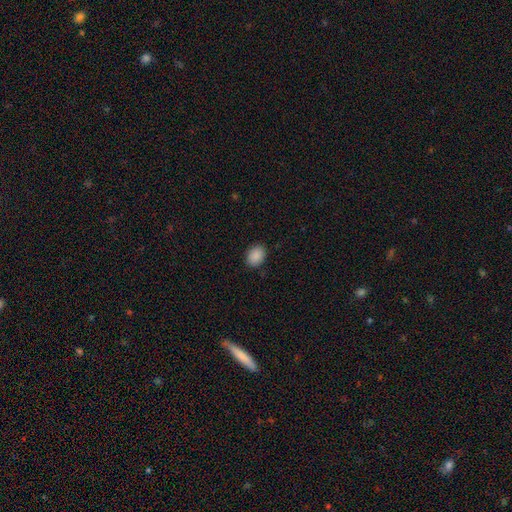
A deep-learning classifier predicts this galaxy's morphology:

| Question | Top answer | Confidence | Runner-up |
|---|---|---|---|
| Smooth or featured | smooth | 89% | star or artifact (8%) |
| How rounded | in between | 64% | round (35%) |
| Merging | none | 88% | minor disturbance (9%) |